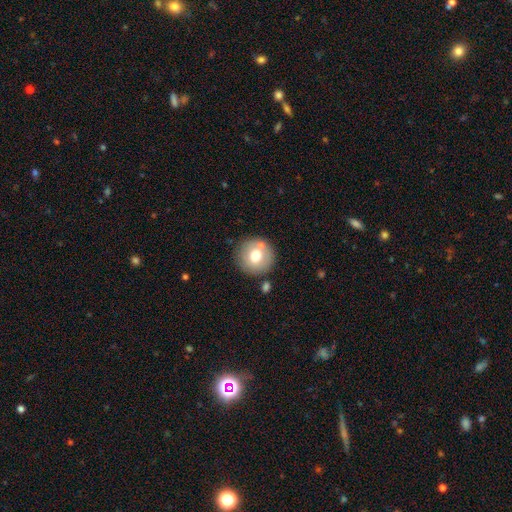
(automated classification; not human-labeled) Smooth or featured?
  - smooth: 69% *
  - featured or disk: 21%
  - star or artifact: 9%
How rounded?
  - round: 94% *
  - in between: 5%
  - cigar-shaped: 1%
Merging?
  - none: 79% *
  - minor disturbance: 10%
  - merger: 8%
  - major disturbance: 3%